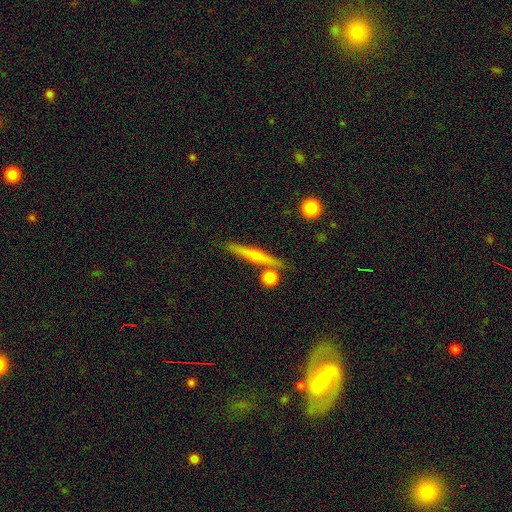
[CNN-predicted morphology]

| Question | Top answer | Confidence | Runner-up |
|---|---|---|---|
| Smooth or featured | featured or disk | 51% | smooth (42%) |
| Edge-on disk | yes | 96% | no (4%) |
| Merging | none | 80% | minor disturbance (9%) |